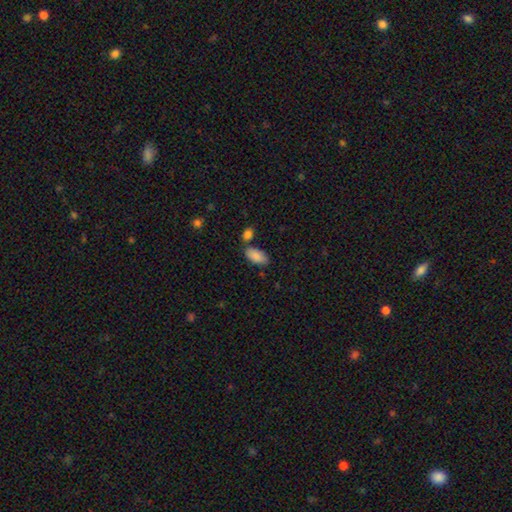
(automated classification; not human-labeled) This is clearly a smooth galaxy (89%). How rounded: clearly in between (93%). Merging: likely none (70%).